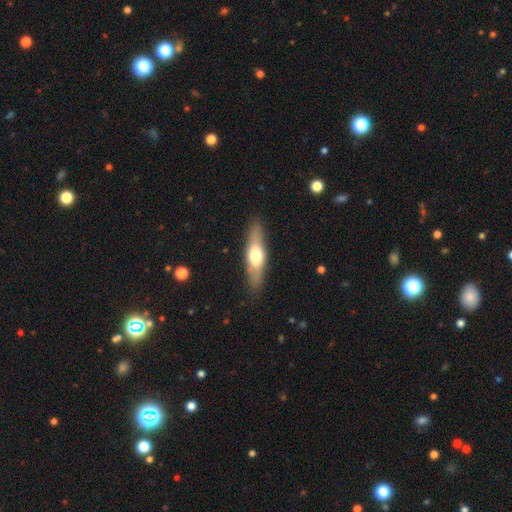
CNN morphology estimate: A smooth galaxy with no disk features (51%) that is cigar-shaped (60%). Merging: none (85%).